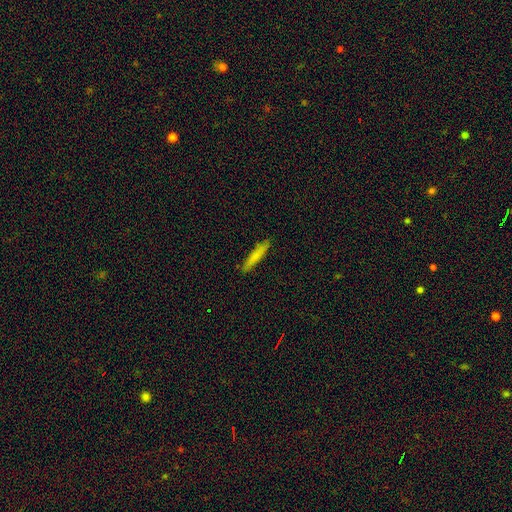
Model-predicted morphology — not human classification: This appears to be a smooth galaxy with no disk features (75%) that is cigar-shaped (92%). Merging: none (87%).